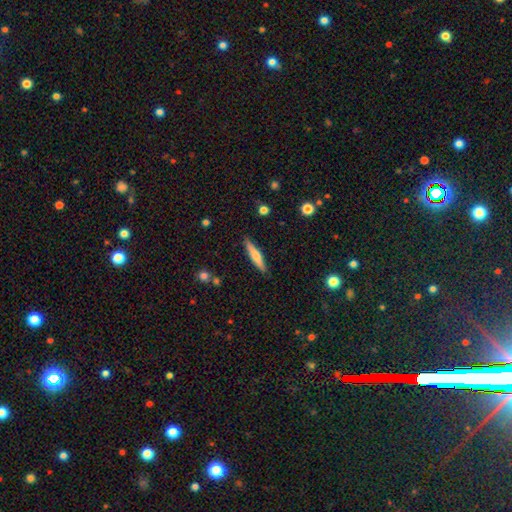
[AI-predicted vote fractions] Smooth or featured? Predicted: smooth (p=0.60). How rounded? Predicted: cigar-shaped (p=0.88). Merging? Predicted: none (p=0.89).